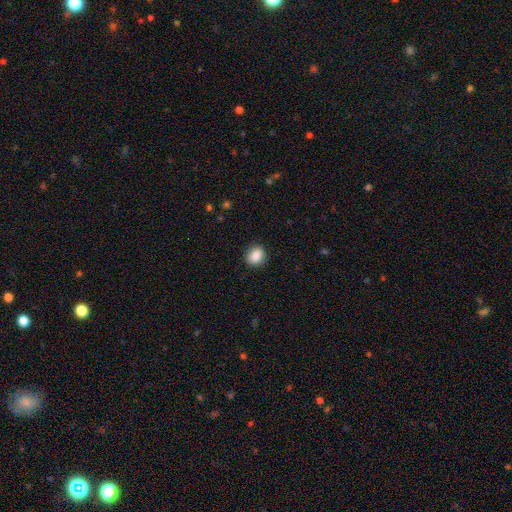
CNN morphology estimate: Smooth or featured: smooth — 88% (star or artifact — 8%)
How rounded: round — 57% (in between — 42%)
Merging: none — 87% (minor disturbance — 9%)